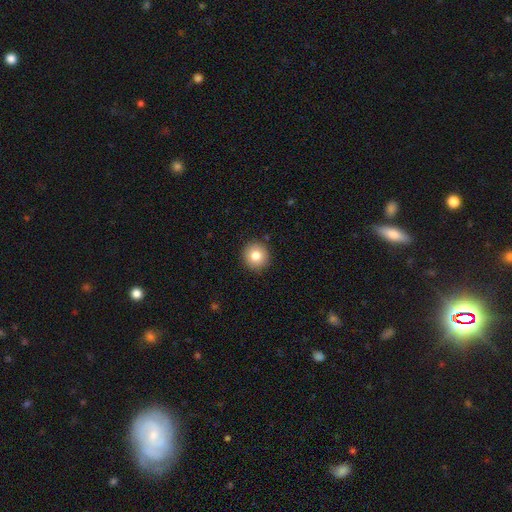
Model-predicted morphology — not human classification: The model was most divided on "smooth or featured": smooth: 81%, featured or disk: 10%, star or artifact: 10%. More confident: how rounded — round (94%); merging — none (91%).